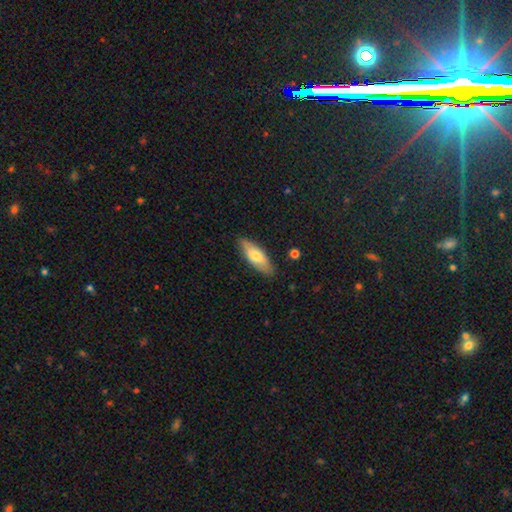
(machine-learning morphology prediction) A smooth galaxy with no disk features (67%) that is in between round and cigar-shaped (62%). Merging: none (85%).